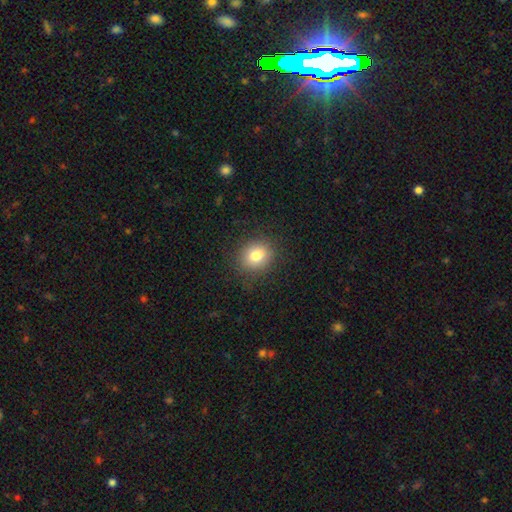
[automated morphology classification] smooth-or-featured: smooth: 80% | star or artifact: 11% | featured or disk: 9%
  how-rounded: round: 65% | in between: 34% | cigar-shaped: 1%
  merging: none: 86% | minor disturbance: 10% | major disturbance: 3% | merger: 1%